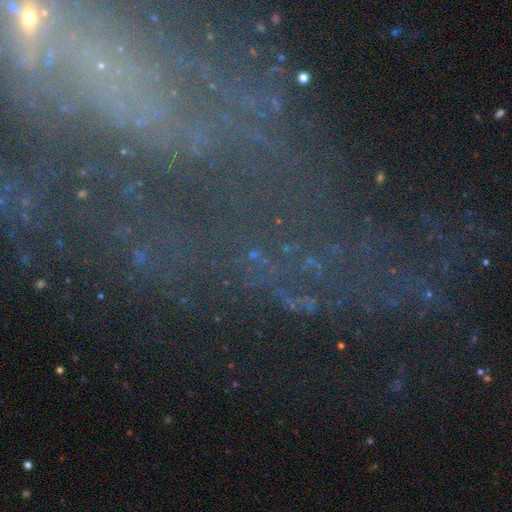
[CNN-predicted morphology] The model was most divided on "smooth or featured": star or artifact: 44%, featured or disk: 42%, smooth: 14%.